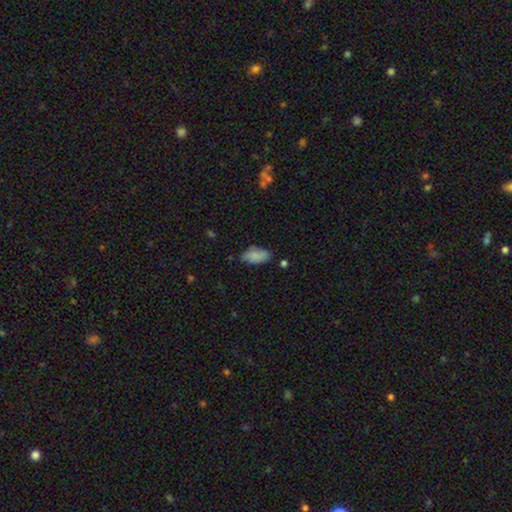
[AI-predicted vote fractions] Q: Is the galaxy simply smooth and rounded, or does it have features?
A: smooth — 83%.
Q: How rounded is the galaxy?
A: in between — 90%.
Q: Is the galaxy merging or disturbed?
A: none — 70%.